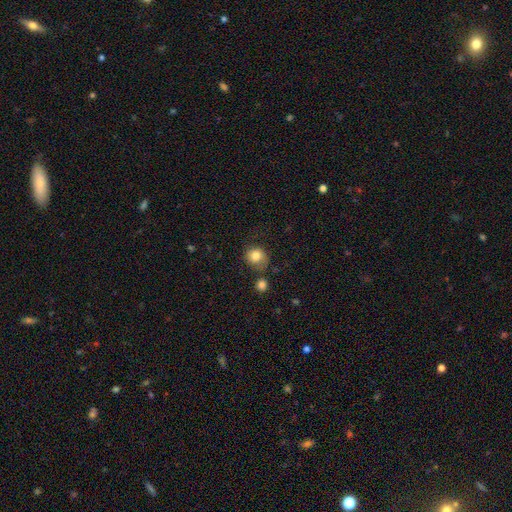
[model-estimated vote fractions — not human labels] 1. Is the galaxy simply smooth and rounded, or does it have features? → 83% smooth, 9% star or artifact, 8% featured or disk.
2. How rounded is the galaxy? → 80% round, 19% in between, 1% cigar-shaped.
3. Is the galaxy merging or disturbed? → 65% none, 19% minor disturbance, 9% merger, 6% major disturbance.